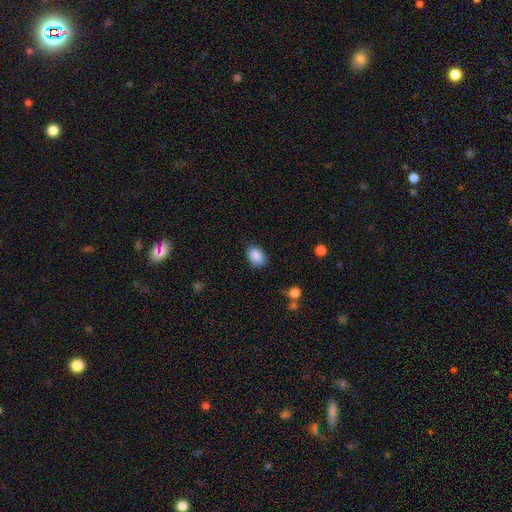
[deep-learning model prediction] Overall: smooth (88%). How rounded: in between (80%). Merging: none (80%).